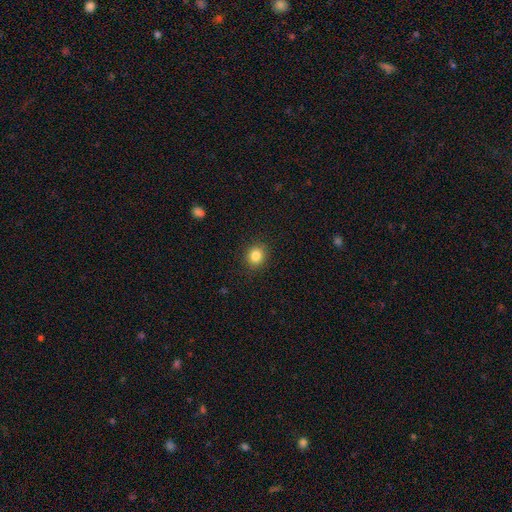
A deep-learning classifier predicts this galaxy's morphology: A smooth galaxy with no disk features (84%) that is round (79%). Merging: none (90%).